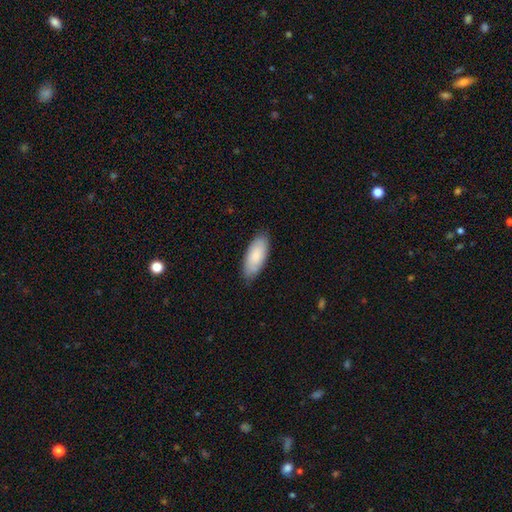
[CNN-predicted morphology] Smooth or featured? smooth (82%)
How rounded? in between (83%)
Merging? none (85%)